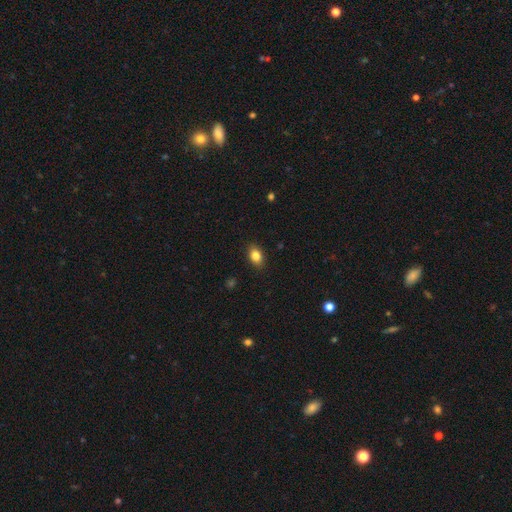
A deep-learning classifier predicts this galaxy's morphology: Smooth or featured?
  - smooth: 85% *
  - star or artifact: 9%
  - featured or disk: 6%
How rounded?
  - in between: 80% *
  - round: 19%
  - cigar-shaped: 2%
Merging?
  - none: 88% *
  - minor disturbance: 9%
  - major disturbance: 2%
  - merger: 1%